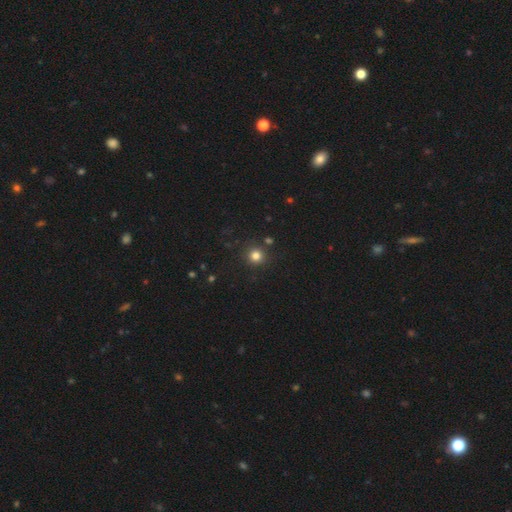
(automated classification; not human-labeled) Q: Smooth or featured?
A: smooth (80%); runner-up: star or artifact (14%)
Q: How rounded?
A: round (93%); runner-up: in between (6%)
Q: Merging?
A: none (87%); runner-up: minor disturbance (7%)